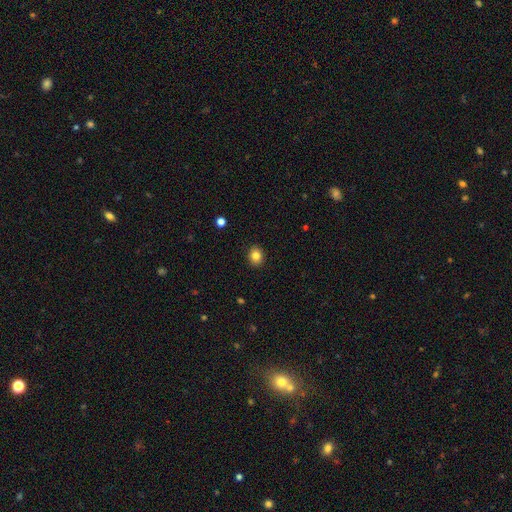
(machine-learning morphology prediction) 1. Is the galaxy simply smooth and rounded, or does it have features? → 84% smooth, 10% star or artifact, 6% featured or disk.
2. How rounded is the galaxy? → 66% round, 33% in between, 1% cigar-shaped.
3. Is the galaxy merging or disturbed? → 91% none, 7% minor disturbance, 2% major disturbance, 1% merger.